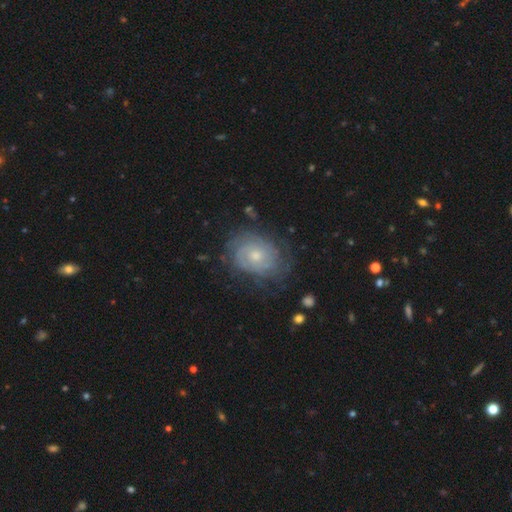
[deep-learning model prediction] A featured or disk galaxy (73%) with no bar (78%), tight (73%) spiral arms (89%) and a moderate central bulge (50%).

Vote fractions:
- Smooth or featured? featured or disk: 73% / smooth: 19% / star or artifact: 8%
- Edge-on disk? no: 97% / yes: 3%
- Bar? no: 78% / weak: 19% / strong: 3%
- Spiral arms? yes: 89% / no: 11%
- Spiral winding? tight: 73% / medium: 20% / loose: 7%
- Spiral arm count? can't tell: 46% / 2: 31% / 3: 10% / 4: 5% / 1: 5% / more than 4: 4%
- Bulge size? moderate: 50% / small: 45% / large: 3% / none: 2% / dominant: 1%
- Merging? none: 72% / minor disturbance: 19% / major disturbance: 8% / merger: 1%